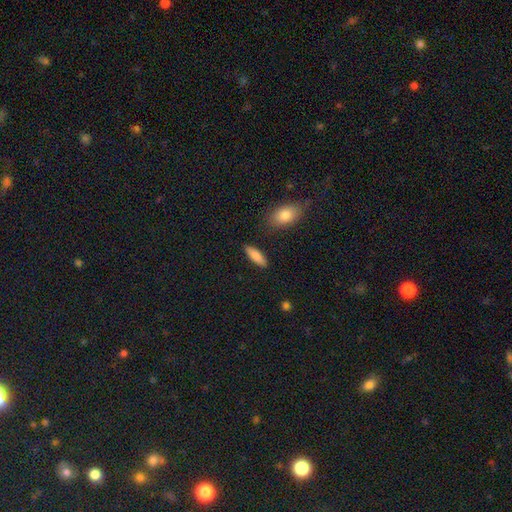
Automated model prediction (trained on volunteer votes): smooth-or-featured: smooth: 82% | featured or disk: 12% | star or artifact: 6%
  how-rounded: in between: 57% | cigar-shaped: 41% | round: 2%
  merging: none: 86% | minor disturbance: 9% | merger: 3% | major disturbance: 2%